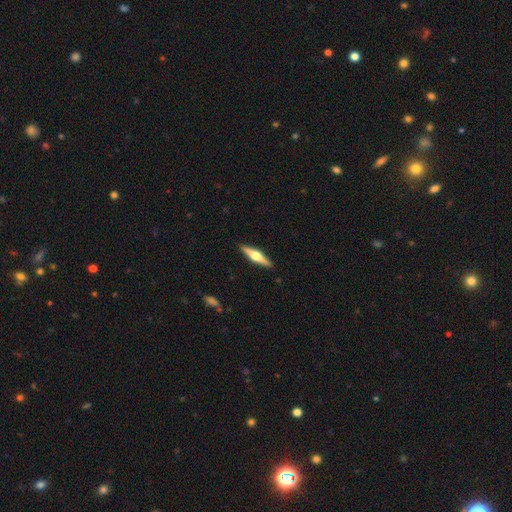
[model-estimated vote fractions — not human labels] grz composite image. It shows a featured or disk galaxy (65%) viewed edge-on (97%) with a rounded central bulge (94%). Merging: none (91%).